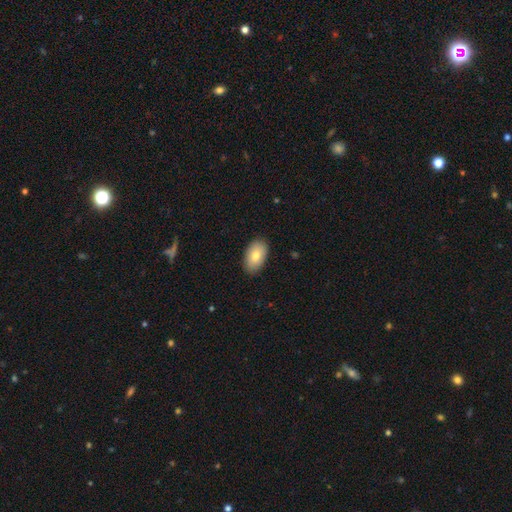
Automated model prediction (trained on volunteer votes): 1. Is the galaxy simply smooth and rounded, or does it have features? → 78% smooth, 15% featured or disk, 7% star or artifact.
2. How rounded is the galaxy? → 92% in between, 6% round, 1% cigar-shaped.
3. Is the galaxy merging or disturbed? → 88% none, 9% minor disturbance, 2% major disturbance, 1% merger.